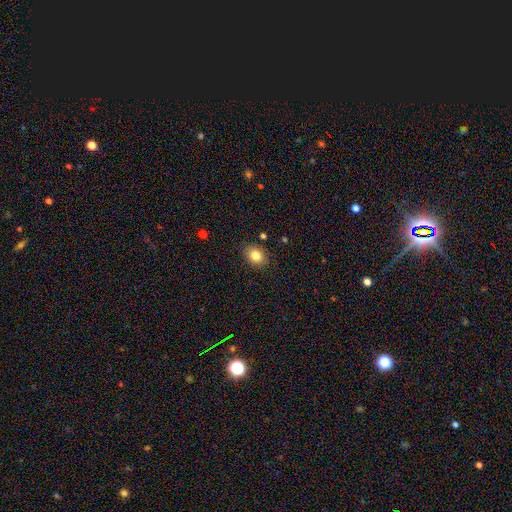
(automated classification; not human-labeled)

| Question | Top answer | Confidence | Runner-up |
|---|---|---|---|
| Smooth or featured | smooth | 84% | star or artifact (9%) |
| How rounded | in between | 60% | round (39%) |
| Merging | none | 86% | minor disturbance (10%) |